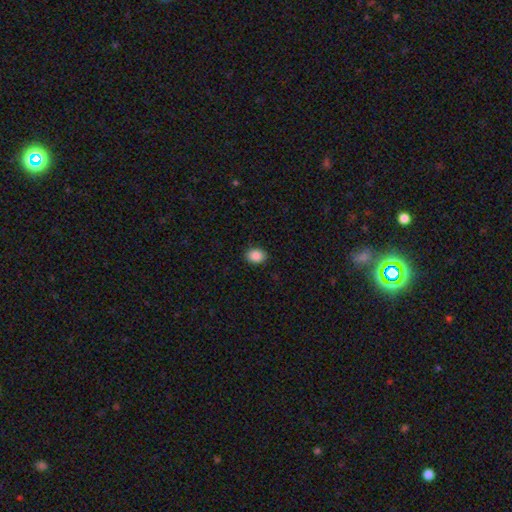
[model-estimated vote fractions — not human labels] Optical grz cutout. It shows a smooth galaxy with no disk features (89%) that is in between round and cigar-shaped (66%). Merging: none (90%).